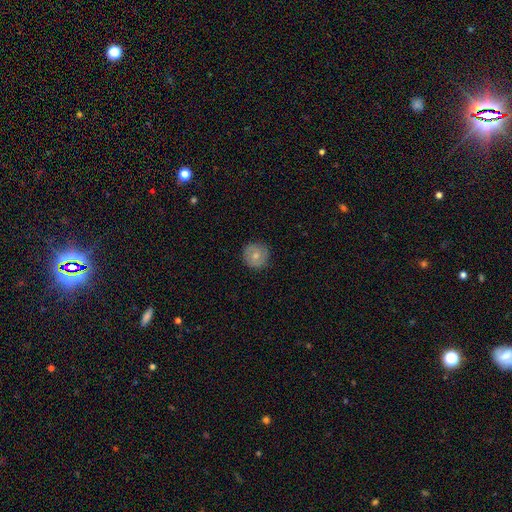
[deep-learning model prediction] This appears to be a smooth galaxy with no disk features (70%) that is round (95%). Merging: none (88%).